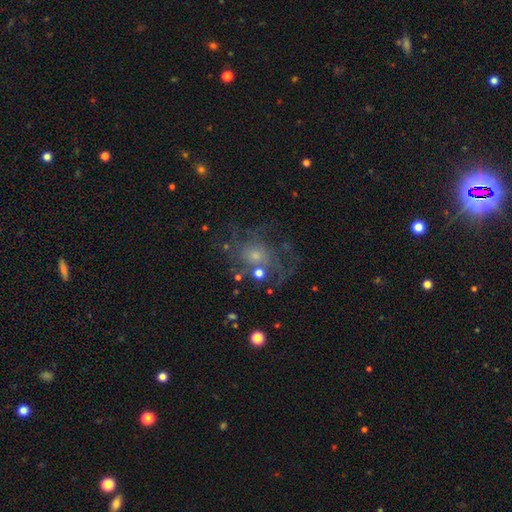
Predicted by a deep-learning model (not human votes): This appears to be a featured or disk galaxy (63%) with no bar (81%), spiral arms (74%) and a small central bulge (58%). Merging: none (56%).